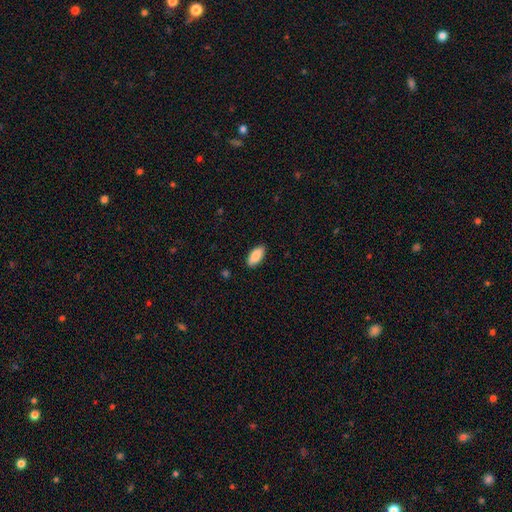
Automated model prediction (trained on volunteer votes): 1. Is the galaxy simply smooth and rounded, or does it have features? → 88% smooth, 6% featured or disk, 6% star or artifact.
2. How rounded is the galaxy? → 90% in between, 8% cigar-shaped, 2% round.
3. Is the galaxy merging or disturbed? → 89% none, 8% minor disturbance, 2% major disturbance, 1% merger.